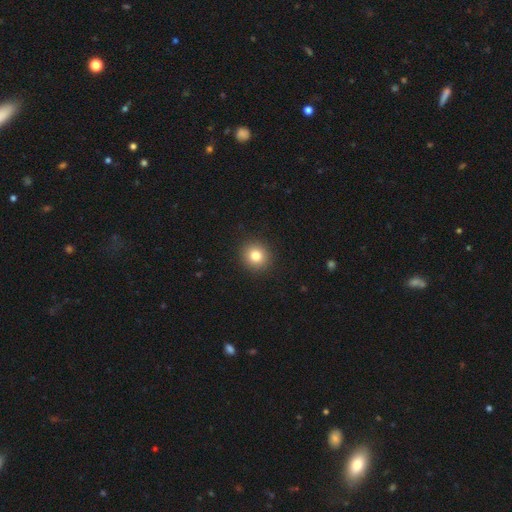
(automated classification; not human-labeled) Overall: smooth (82%). How rounded: round (90%). Merging: none (92%).